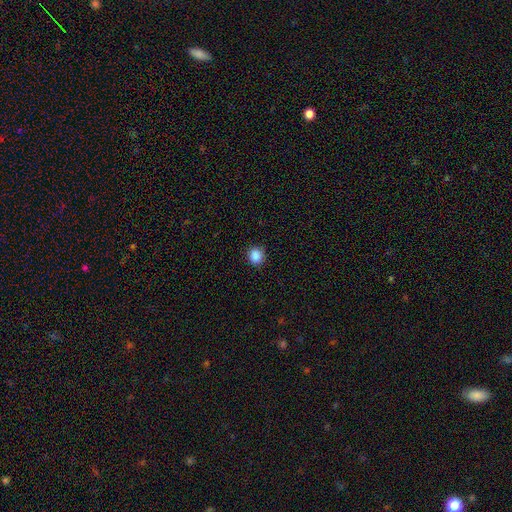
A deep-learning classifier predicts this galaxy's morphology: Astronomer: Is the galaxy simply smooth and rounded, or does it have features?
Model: smooth — 88%.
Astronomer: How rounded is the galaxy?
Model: round — 84%.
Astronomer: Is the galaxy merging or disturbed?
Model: none — 87%.